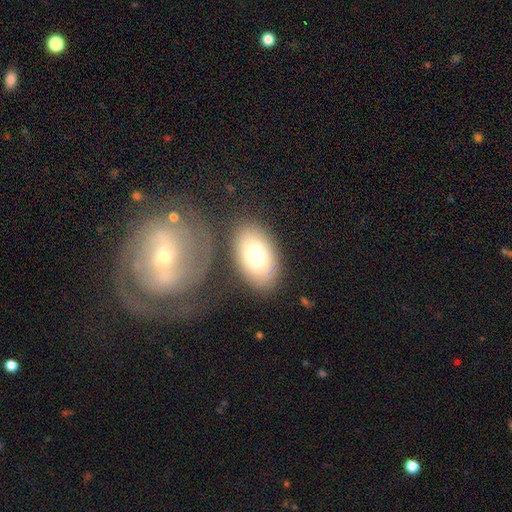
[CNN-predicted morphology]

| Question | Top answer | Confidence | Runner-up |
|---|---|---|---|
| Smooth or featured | smooth | 74% | featured or disk (19%) |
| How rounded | in between | 91% | round (7%) |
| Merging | none | 73% | minor disturbance (12%) |